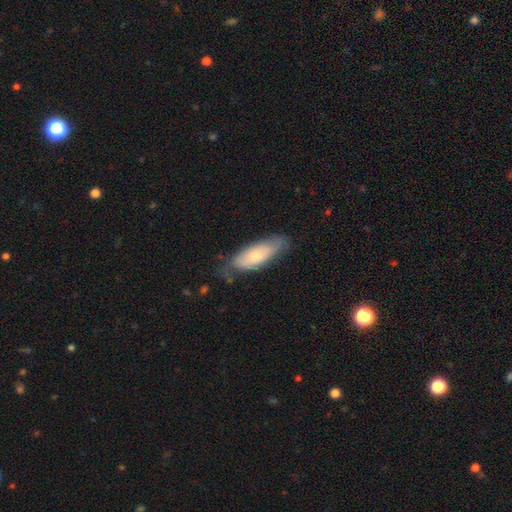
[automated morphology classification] Smooth or featured? Predicted: smooth (p=0.60). How rounded? Predicted: in between (p=0.68). Merging? Predicted: none (p=0.60).